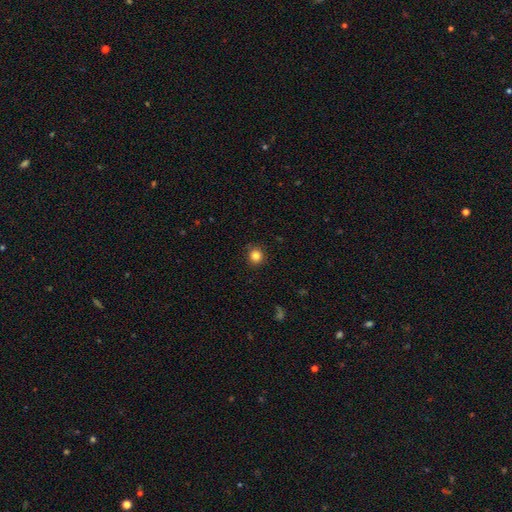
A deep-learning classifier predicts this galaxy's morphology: smooth_or_featured: smooth (p=0.84) [alt: star or artifact p=0.11]
how_rounded: round (p=0.92) [alt: in between p=0.07]
merging: none (p=0.90) [alt: minor disturbance p=0.07]